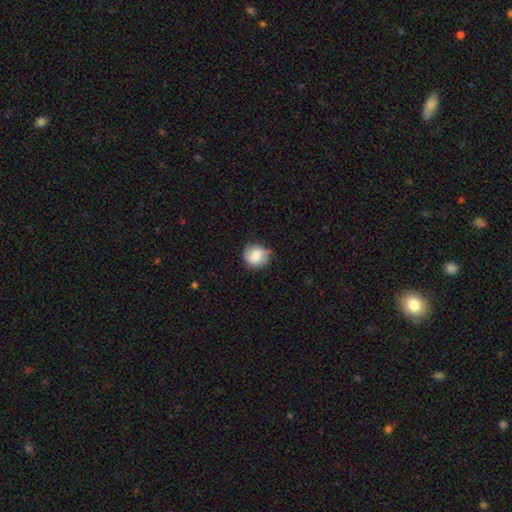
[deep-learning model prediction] A smooth galaxy with no disk features (80%) that is round (84%). Merging: none (64%).